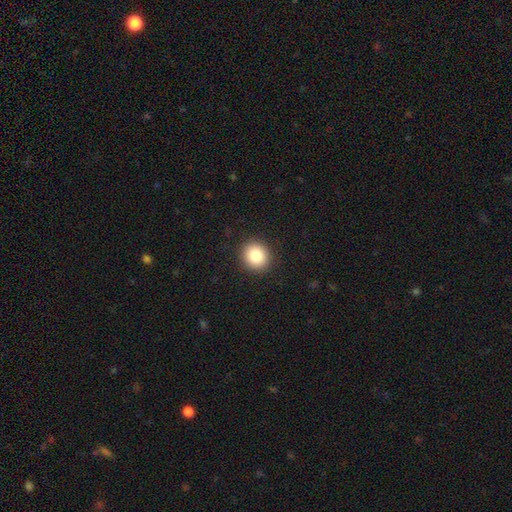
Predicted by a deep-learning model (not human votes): smooth_or_featured: smooth (p=0.84) [alt: star or artifact p=0.10]
how_rounded: round (p=0.87) [alt: in between p=0.12]
merging: none (p=0.91) [alt: minor disturbance p=0.06]